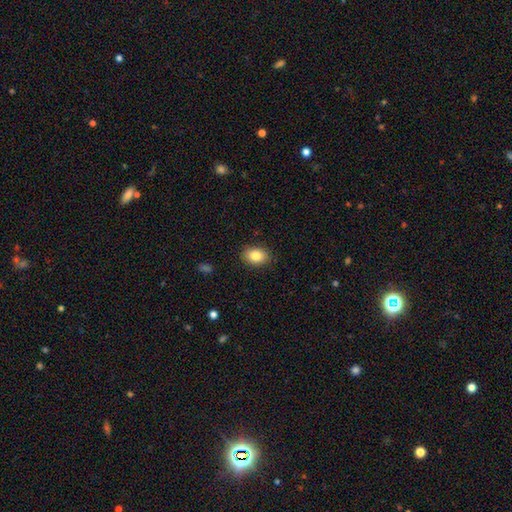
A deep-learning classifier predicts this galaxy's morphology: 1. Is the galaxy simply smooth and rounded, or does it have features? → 84% smooth, 8% star or artifact, 8% featured or disk.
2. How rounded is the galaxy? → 78% in between, 21% round, 1% cigar-shaped.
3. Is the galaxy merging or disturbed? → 88% none, 9% minor disturbance, 2% major disturbance, 1% merger.